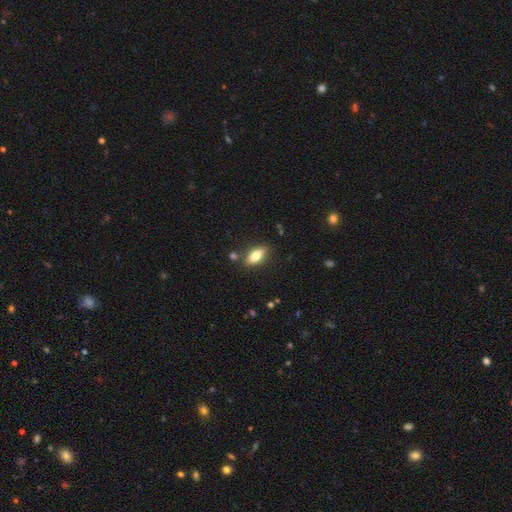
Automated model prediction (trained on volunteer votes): A smooth galaxy with no disk features (79%) that is in between round and cigar-shaped (86%). Merging: none (82%).